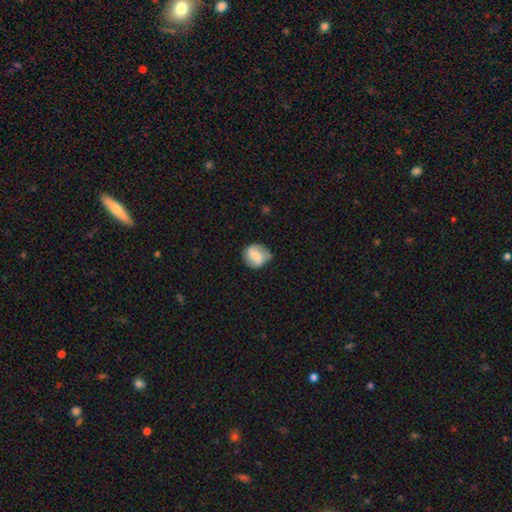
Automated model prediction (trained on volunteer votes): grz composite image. It shows a smooth galaxy with no disk features (50%). Merging: none (69%).